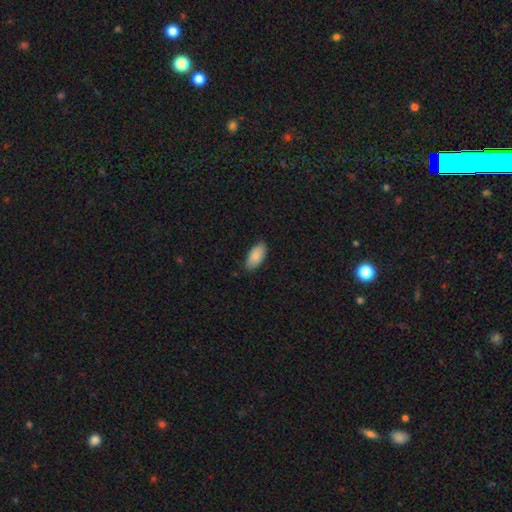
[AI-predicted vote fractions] Q: Smooth or featured?
A: smooth (87%); runner-up: featured or disk (7%)
Q: How rounded?
A: in between (92%); runner-up: cigar-shaped (5%)
Q: Merging?
A: none (82%); runner-up: minor disturbance (15%)